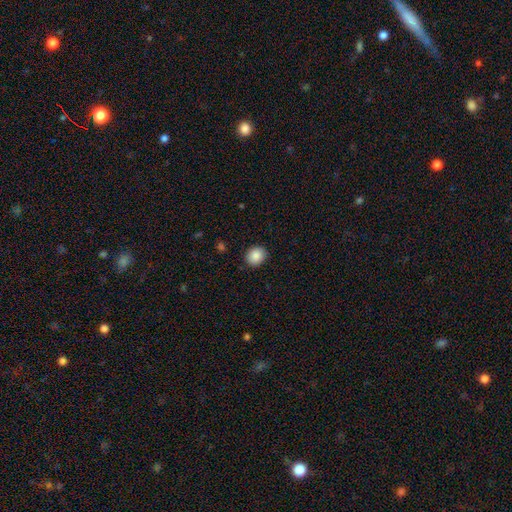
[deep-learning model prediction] smooth_or_featured: smooth (p=0.88) [alt: star or artifact p=0.08]
how_rounded: round (p=0.74) [alt: in between p=0.25]
merging: none (p=0.90) [alt: minor disturbance p=0.07]